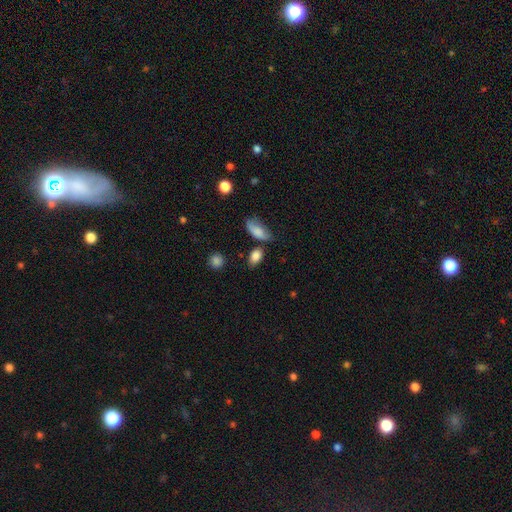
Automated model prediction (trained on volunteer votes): smooth 85%, star or artifact 9%, featured or disk 7%. Down the decision tree: how rounded — in between (85%); merging — none (65%).